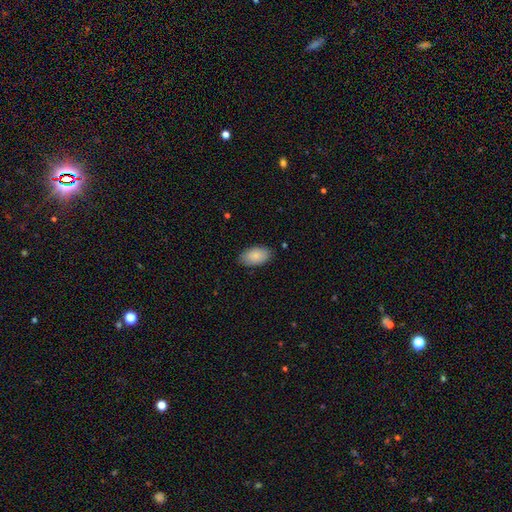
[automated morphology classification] A smooth galaxy with no disk features (86%) that is in between round and cigar-shaped (94%). Merging: none (84%).